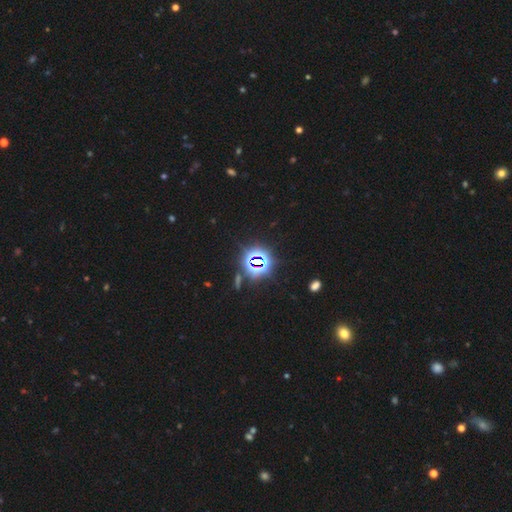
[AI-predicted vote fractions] Smooth or featured? Predicted: star or artifact (p=0.81).